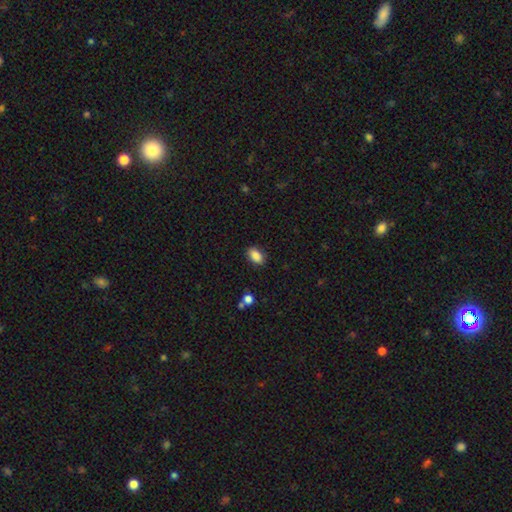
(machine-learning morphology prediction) smooth-or-featured: smooth: 87% | star or artifact: 8% | featured or disk: 4%
  how-rounded: in between: 89% | round: 9% | cigar-shaped: 2%
  merging: none: 87% | minor disturbance: 9% | major disturbance: 2% | merger: 1%